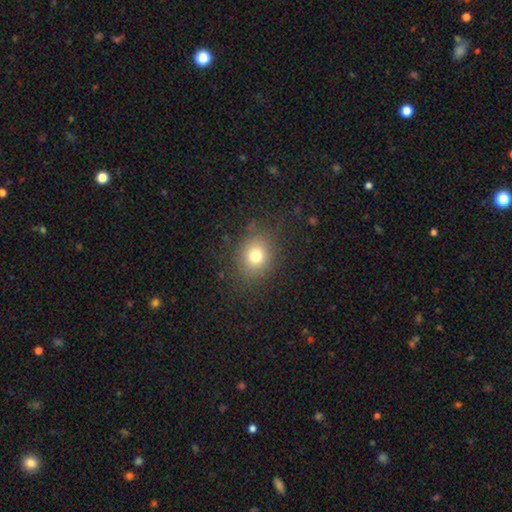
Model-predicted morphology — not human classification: A smooth galaxy with no disk features (76%) that is round (61%). Merging: none (82%).